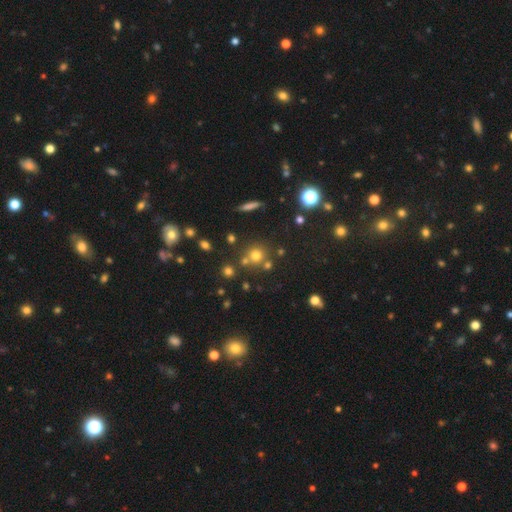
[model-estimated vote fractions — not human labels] Smooth or featured? Predicted: smooth (p=0.66). How rounded? Predicted: round (p=0.90). Merging? Predicted: none (p=0.66).